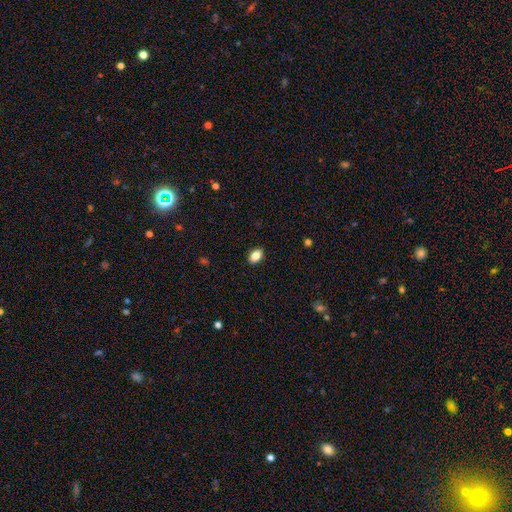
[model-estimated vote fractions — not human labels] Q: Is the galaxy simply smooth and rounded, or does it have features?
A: smooth — 85%.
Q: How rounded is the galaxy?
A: in between — 81%.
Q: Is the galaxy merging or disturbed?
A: none — 90%.